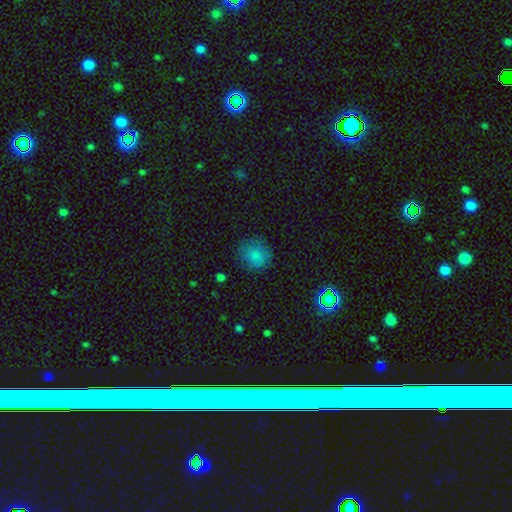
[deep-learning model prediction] A smooth galaxy with no disk features (82%) that is round (87%). Merging: none (79%).